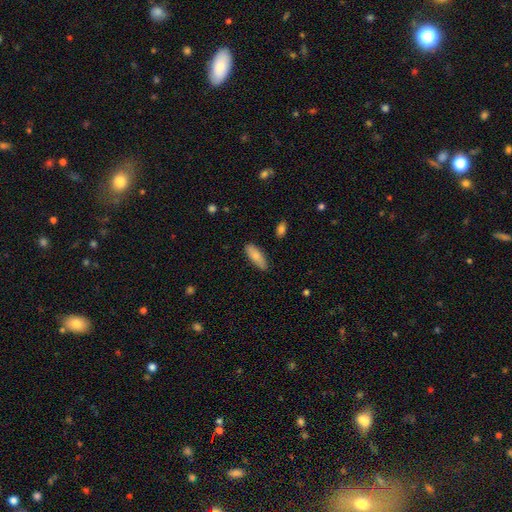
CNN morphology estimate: A smooth galaxy with no disk features (81%) that is in between round and cigar-shaped (67%).

Vote fractions:
- Smooth or featured? smooth: 81% / featured or disk: 13% / star or artifact: 6%
- How rounded? in between: 67% / cigar-shaped: 31% / round: 2%
- Merging? none: 84% / minor disturbance: 12% / major disturbance: 2% / merger: 1%